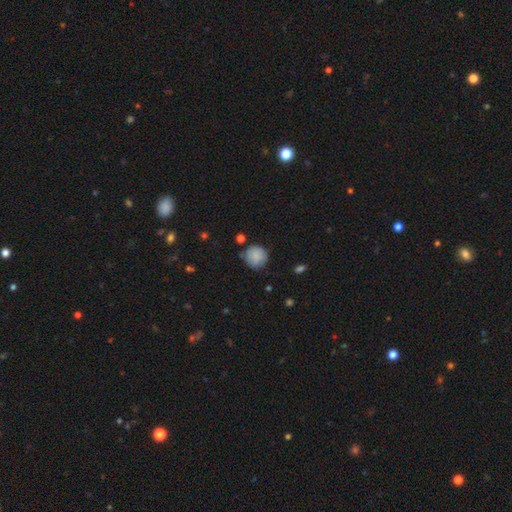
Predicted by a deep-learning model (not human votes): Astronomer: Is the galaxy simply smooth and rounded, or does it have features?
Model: smooth — 83%.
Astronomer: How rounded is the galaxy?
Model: round — 92%.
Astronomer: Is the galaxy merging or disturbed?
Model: none — 76%.